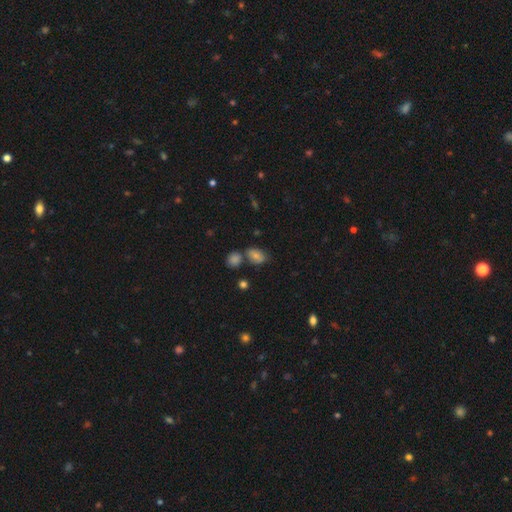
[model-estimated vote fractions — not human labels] smooth 60%, star or artifact 24%, featured or disk 15%. Down the decision tree: how rounded — in between (64%); merging — none (64%).